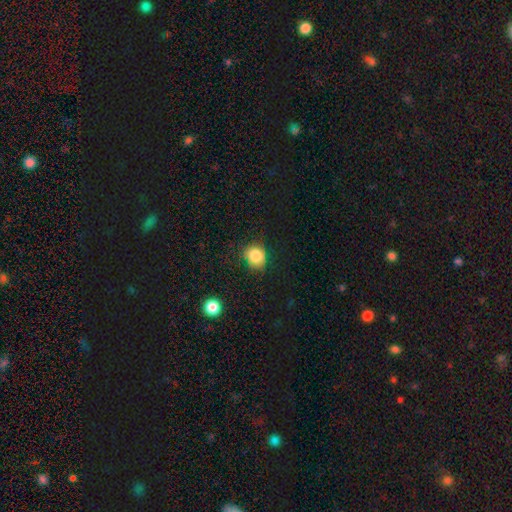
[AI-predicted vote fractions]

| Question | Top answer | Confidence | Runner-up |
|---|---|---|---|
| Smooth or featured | smooth | 83% | star or artifact (11%) |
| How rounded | round | 75% | in between (24%) |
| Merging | none | 72% | minor disturbance (21%) |